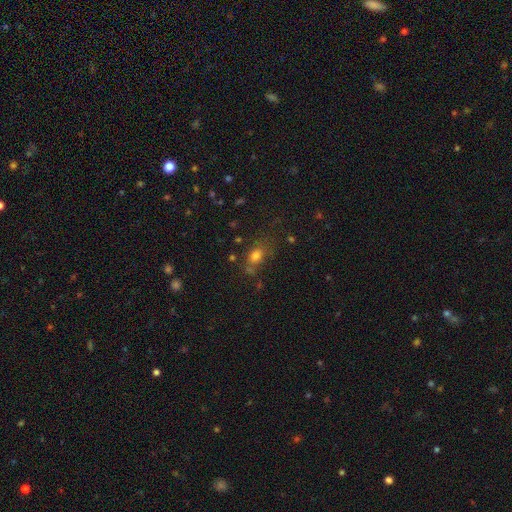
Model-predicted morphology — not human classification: Q: Smooth or featured?
A: smooth (76%); runner-up: star or artifact (15%)
Q: How rounded?
A: in between (62%); runner-up: round (35%)
Q: Merging?
A: none (62%); runner-up: minor disturbance (19%)